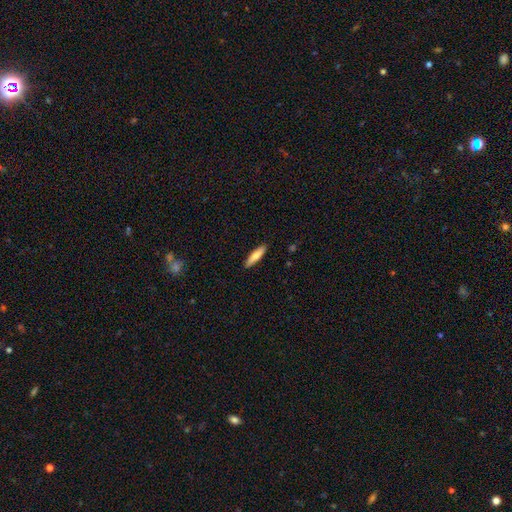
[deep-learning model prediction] A smooth galaxy with no disk features (76%) that is cigar-shaped (76%). Merging: none (90%).